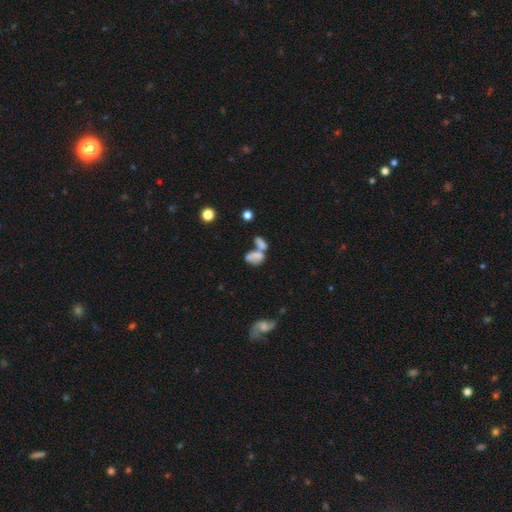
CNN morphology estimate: Q: Smooth or featured?
A: smooth (61%); runner-up: featured or disk (26%)
Q: How rounded?
A: in between (82%); runner-up: round (13%)
Q: Merging?
A: merger (63%); runner-up: none (18%)